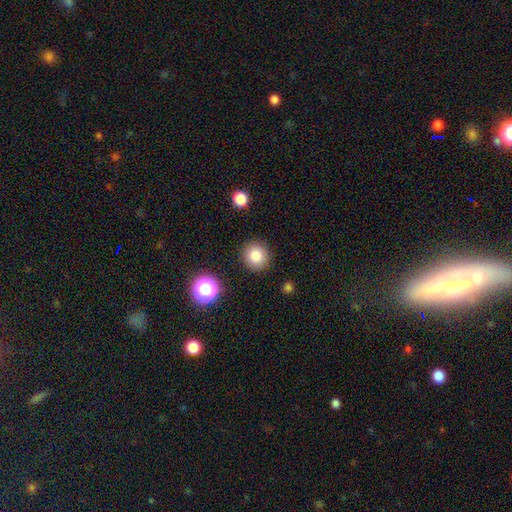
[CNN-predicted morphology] Q: Smooth or featured?
A: smooth (83%); runner-up: star or artifact (11%)
Q: How rounded?
A: round (92%); runner-up: in between (8%)
Q: Merging?
A: none (89%); runner-up: minor disturbance (7%)